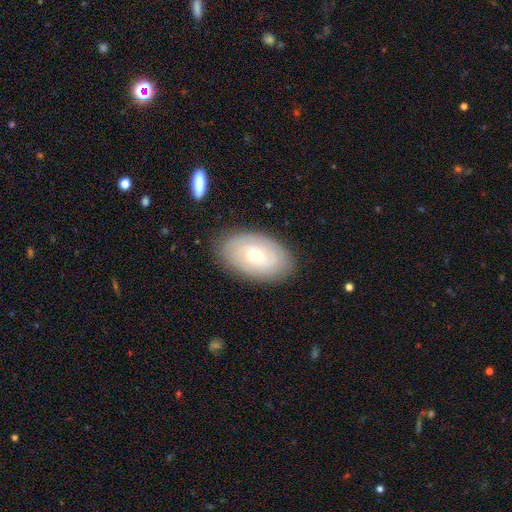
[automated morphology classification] Smooth or featured?
  - featured or disk: 64% *
  - smooth: 29%
  - star or artifact: 6%
Edge-on disk?
  - no: 94% *
  - yes: 6%
Bar?
  - no: 68% *
  - weak: 26%
  - strong: 5%
Spiral arms?
  - yes: 82% *
  - no: 18%
Bulge size?
  - small: 61% *
  - moderate: 36%
  - large: 2%
  - none: 1%
  - dominant: 1%
Merging?
  - none: 84% *
  - minor disturbance: 12%
  - major disturbance: 3%
  - merger: 1%